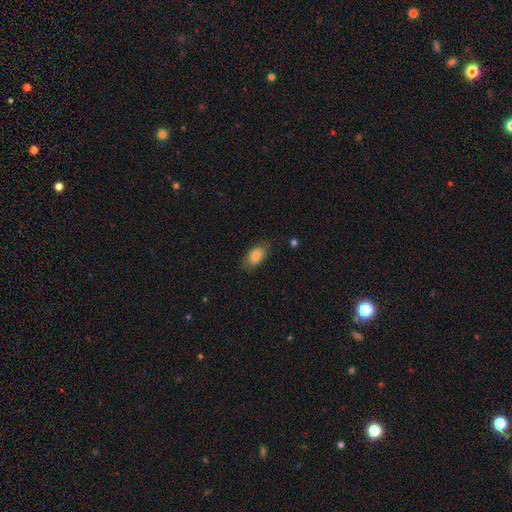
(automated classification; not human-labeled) This appears to be a smooth galaxy with no disk features (81%) that is in between round and cigar-shaped (89%). Merging: none (76%).